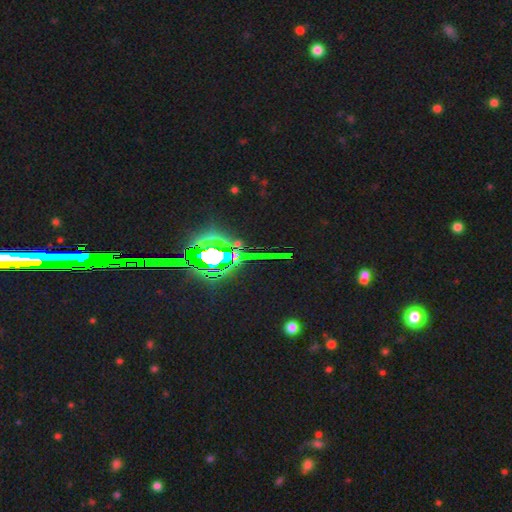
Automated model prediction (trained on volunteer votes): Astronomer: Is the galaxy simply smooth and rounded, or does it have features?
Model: star or artifact — 83%.